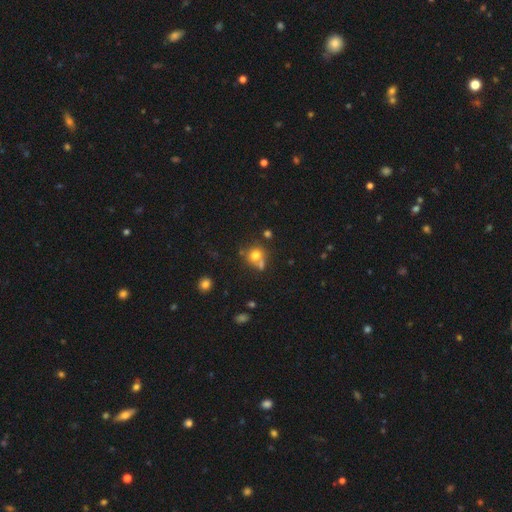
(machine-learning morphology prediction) Q: Smooth or featured?
A: smooth (74%); runner-up: star or artifact (14%)
Q: How rounded?
A: round (82%); runner-up: in between (17%)
Q: Merging?
A: none (53%); runner-up: merger (28%)